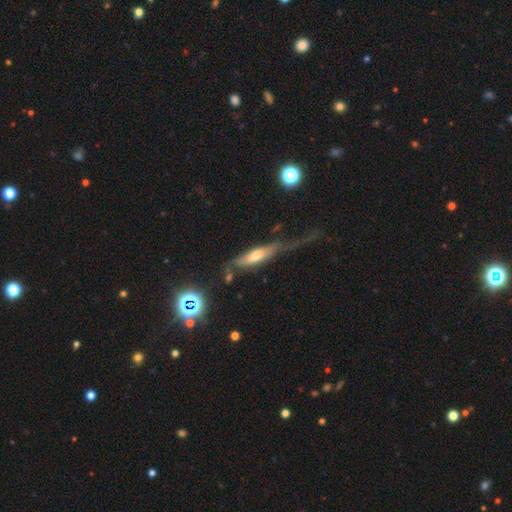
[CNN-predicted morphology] smooth-or-featured: featured or disk: 49% | smooth: 41% | star or artifact: 10%
  merging: major disturbance: 40% | none: 29% | minor disturbance: 23% | merger: 8%